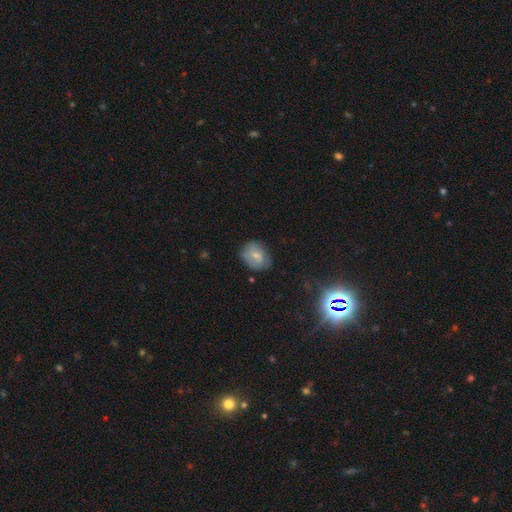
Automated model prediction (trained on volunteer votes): Smooth or featured? Predicted: smooth (p=0.51). How rounded? Predicted: in between (p=0.61). Merging? Predicted: none (p=0.63).